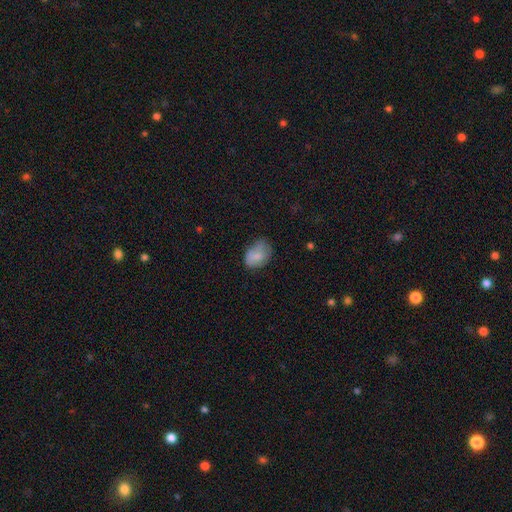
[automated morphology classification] Q: Smooth or featured?
A: smooth (76%); runner-up: featured or disk (17%)
Q: How rounded?
A: in between (77%); runner-up: round (22%)
Q: Merging?
A: none (46%); runner-up: minor disturbance (38%)